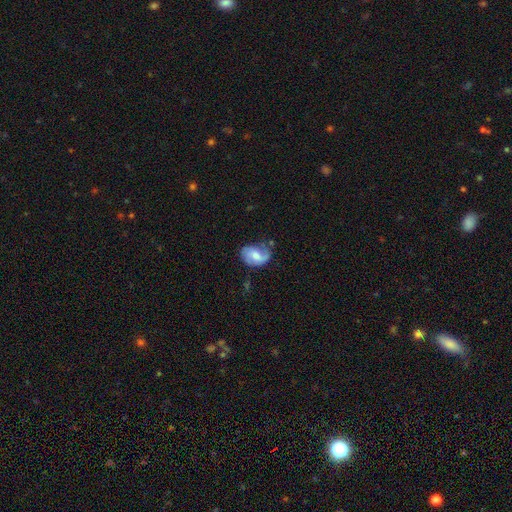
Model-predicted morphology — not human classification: smooth-or-featured: featured or disk: 52% | smooth: 40% | star or artifact: 8%
  disk-edge-on: no: 97% | yes: 3%
    bar: no: 50% | weak: 41% | strong: 9%
    has-spiral-arms: yes: 80% | no: 20%
    bulge-size: moderate: 59% | small: 24% | large: 10% | none: 5% | dominant: 2%
  merging: none: 44% | minor disturbance: 32% | major disturbance: 19% | merger: 5%